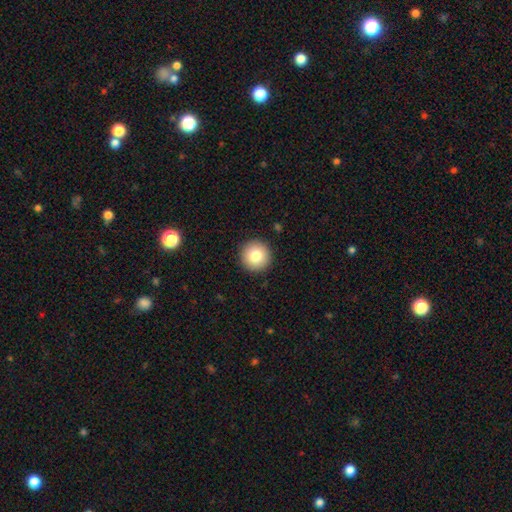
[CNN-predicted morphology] Smooth or featured? Predicted: smooth (p=0.81). How rounded? Predicted: round (p=0.96). Merging? Predicted: none (p=0.93).